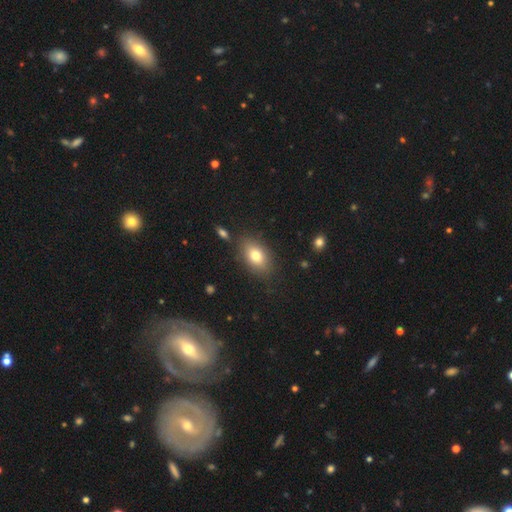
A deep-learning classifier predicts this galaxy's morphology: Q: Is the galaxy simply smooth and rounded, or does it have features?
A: smooth — 77%.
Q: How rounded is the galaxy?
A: in between — 86%.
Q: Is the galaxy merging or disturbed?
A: none — 82%.